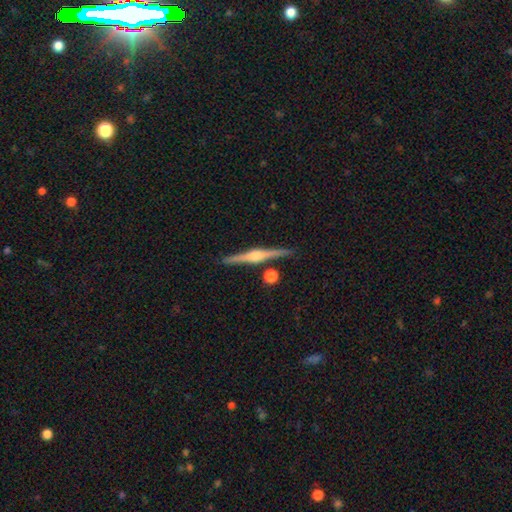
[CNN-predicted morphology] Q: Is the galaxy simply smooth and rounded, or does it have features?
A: featured or disk — 82%.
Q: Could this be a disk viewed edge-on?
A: yes — 98%.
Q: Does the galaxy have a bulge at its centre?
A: rounded — 86%.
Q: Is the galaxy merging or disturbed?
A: none — 88%.